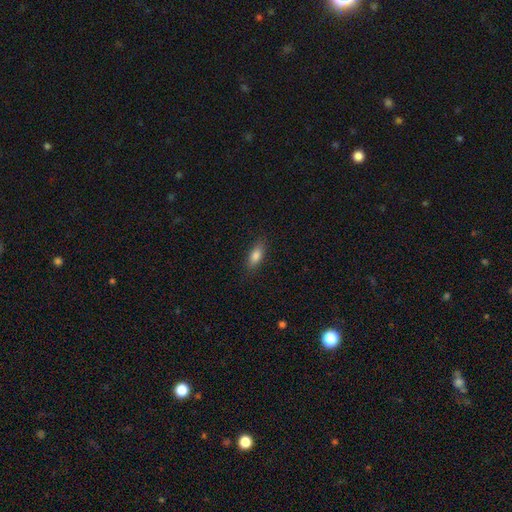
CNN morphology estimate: Smooth or featured?
  - smooth: 83% *
  - featured or disk: 10%
  - star or artifact: 7%
How rounded?
  - in between: 78% *
  - cigar-shaped: 18%
  - round: 3%
Merging?
  - none: 85% *
  - minor disturbance: 11%
  - major disturbance: 3%
  - merger: 1%